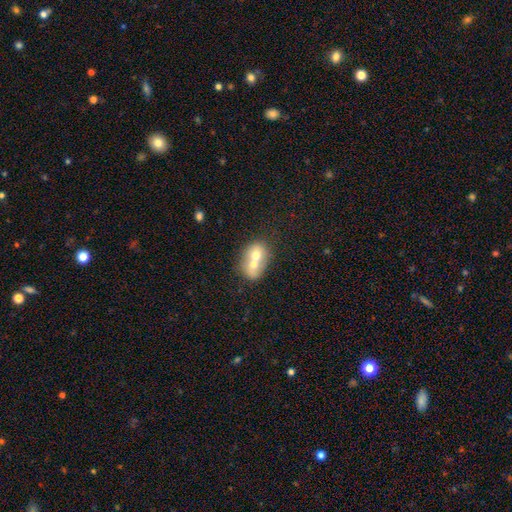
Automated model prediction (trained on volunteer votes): This appears to be a smooth galaxy with no disk features (64%) that is in between round and cigar-shaped (52%). Merging: merger (74%).